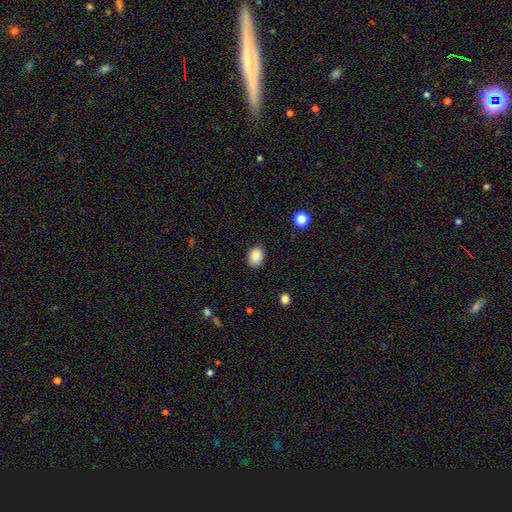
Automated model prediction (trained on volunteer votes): Q: Smooth or featured?
A: smooth (88%); runner-up: star or artifact (9%)
Q: How rounded?
A: in between (66%); runner-up: round (33%)
Q: Merging?
A: none (86%); runner-up: minor disturbance (11%)